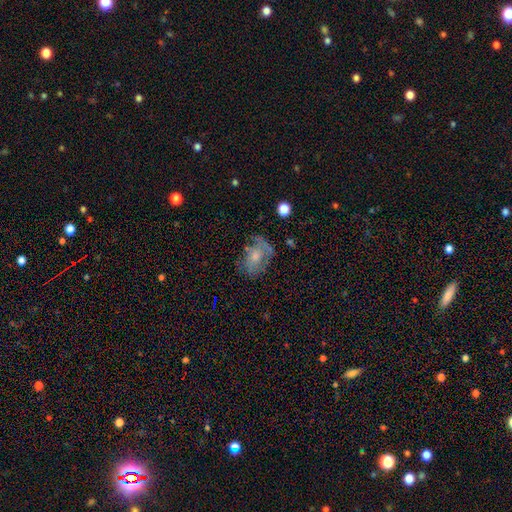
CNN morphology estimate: smooth-or-featured: featured or disk: 49% | smooth: 39% | star or artifact: 11%
  merging: none: 51% | minor disturbance: 26% | major disturbance: 20% | merger: 3%